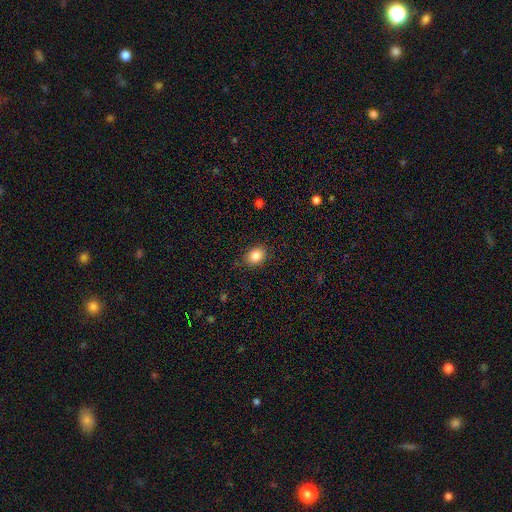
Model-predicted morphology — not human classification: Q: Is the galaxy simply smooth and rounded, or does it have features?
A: smooth — 85%.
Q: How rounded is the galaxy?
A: in between — 59%.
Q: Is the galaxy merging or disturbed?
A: none — 83%.